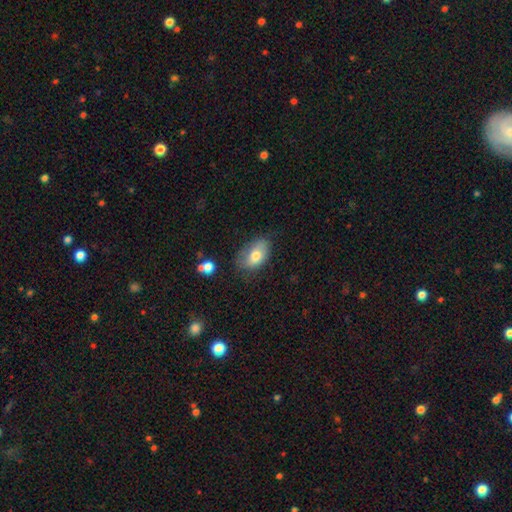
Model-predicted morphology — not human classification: Overall: smooth (73%). How rounded: in between (89%). Merging: none (54%; minor disturbance 32%).